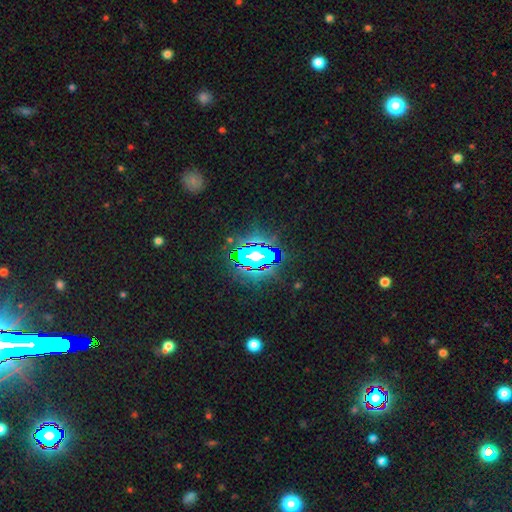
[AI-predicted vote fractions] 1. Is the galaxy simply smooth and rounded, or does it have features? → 66% star or artifact, 18% smooth, 16% featured or disk.